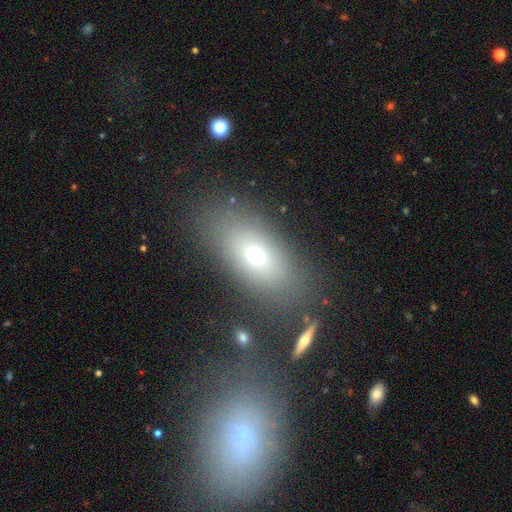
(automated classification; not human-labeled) smooth 65%, featured or disk 19%, star or artifact 15%. Down the decision tree: how rounded — in between (81%); merging — none (79%).